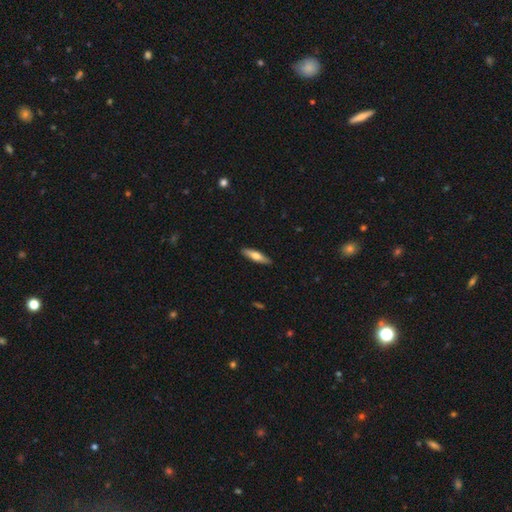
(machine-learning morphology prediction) This appears to be a smooth galaxy with no disk features (58%) that is cigar-shaped (74%). Merging: none (89%).